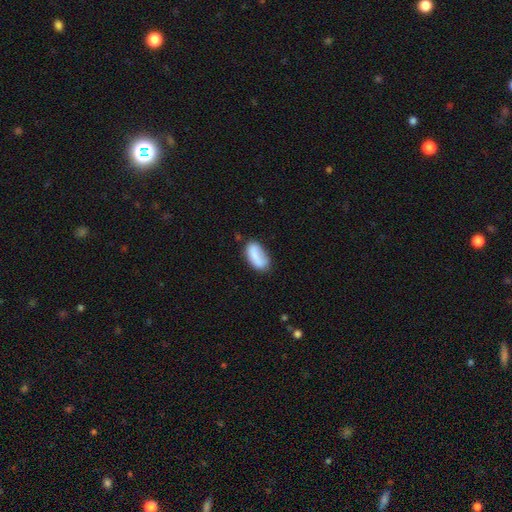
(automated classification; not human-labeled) smooth_or_featured: smooth (p=0.79) [alt: featured or disk p=0.14]
how_rounded: in between (p=0.92) [alt: cigar-shaped p=0.05]
merging: none (p=0.59) [alt: minor disturbance p=0.25]